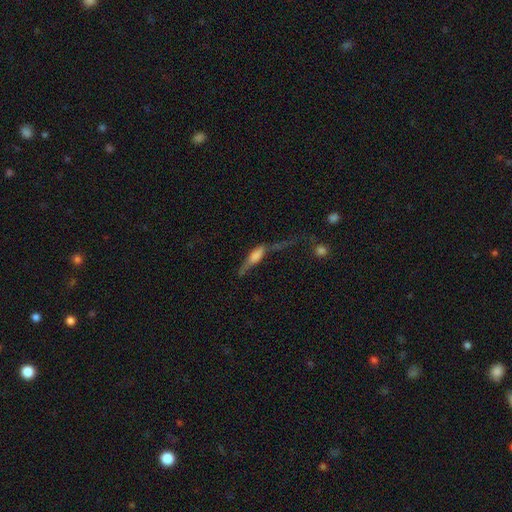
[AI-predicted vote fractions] Smooth or featured? featured or disk (45%, tied with smooth)
Merging? major disturbance (36%)